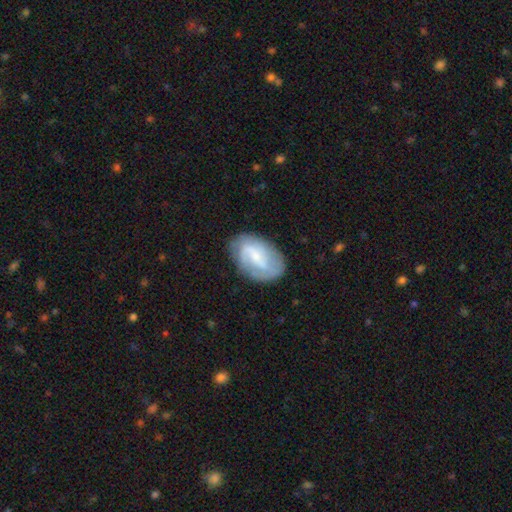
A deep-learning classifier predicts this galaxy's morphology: A featured or disk galaxy (57%) with a weak bar (47%), spiral arms (79%) and a small central bulge (52%).

Vote fractions:
- Smooth or featured? featured or disk: 57% / smooth: 36% / star or artifact: 7%
- Edge-on disk? no: 96% / yes: 4%
- Bar? weak: 47% / no: 33% / strong: 19%
- Spiral arms? yes: 79% / no: 21%
- Bulge size? small: 52% / moderate: 27% / none: 16% / large: 4% / dominant: 1%
- Merging? none: 71% / minor disturbance: 20% / major disturbance: 7% / merger: 2%